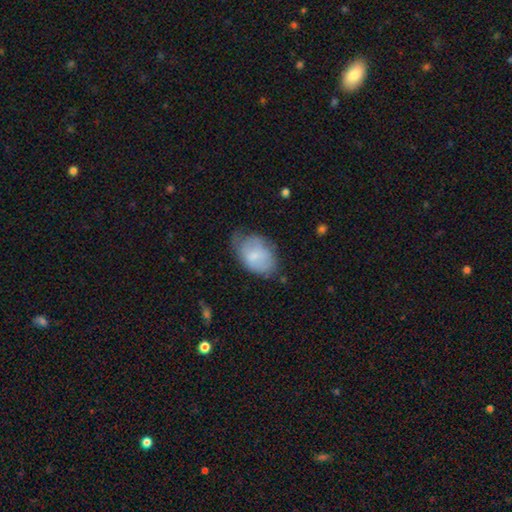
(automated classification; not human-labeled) Smooth or featured? smooth (69%)
How rounded? in between (87%)
Merging? none (43%)